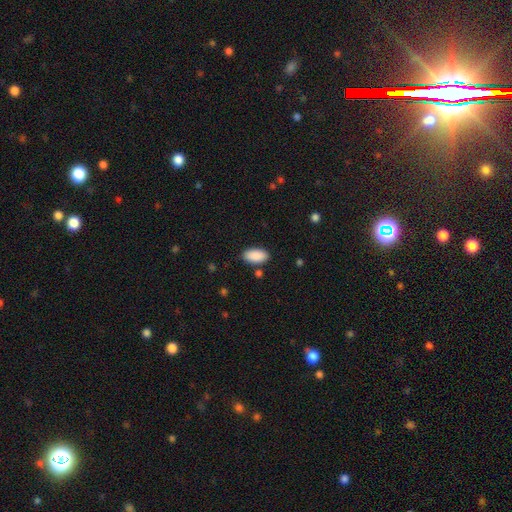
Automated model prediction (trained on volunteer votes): Smooth or featured? smooth (90%)
How rounded? in between (95%)
Merging? none (85%)